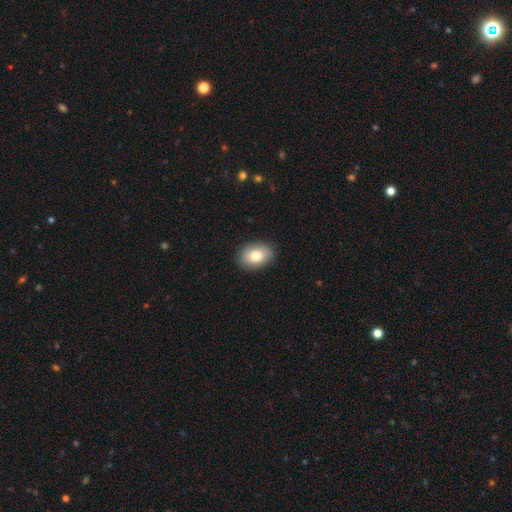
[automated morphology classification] Smooth or featured? Predicted: smooth (p=0.81). How rounded? Predicted: in between (p=0.82). Merging? Predicted: none (p=0.87).